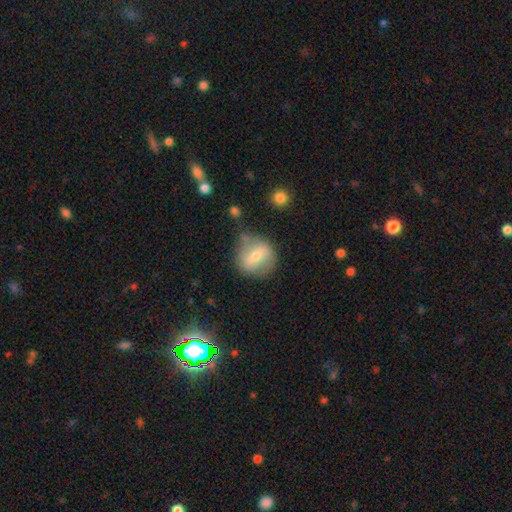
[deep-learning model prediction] smooth 57%, featured or disk 35%, star or artifact 8%. Down the decision tree: how rounded — round (80%); merging — none (65%).